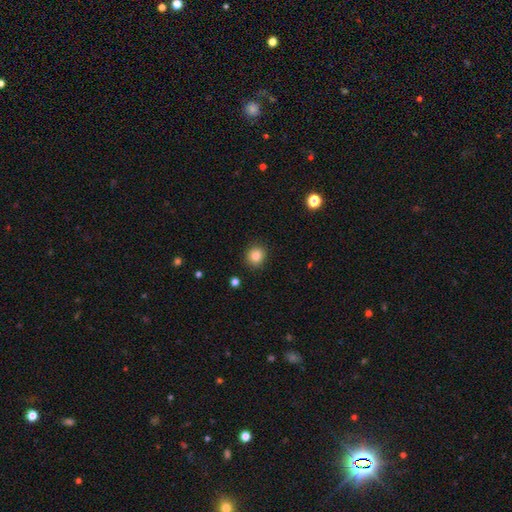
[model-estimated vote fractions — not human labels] This is clearly a smooth galaxy (83%). How rounded: clearly round (84%). Merging: clearly none (91%).